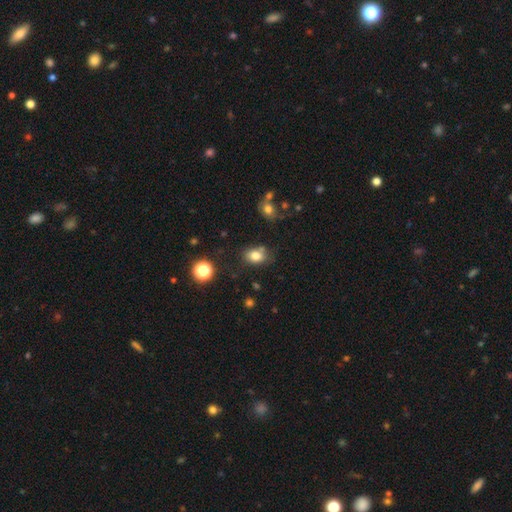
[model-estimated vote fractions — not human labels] smooth-or-featured: smooth: 80% | star or artifact: 11% | featured or disk: 9%
  how-rounded: in between: 68% | round: 30% | cigar-shaped: 1%
  merging: none: 69% | minor disturbance: 17% | merger: 9% | major disturbance: 5%